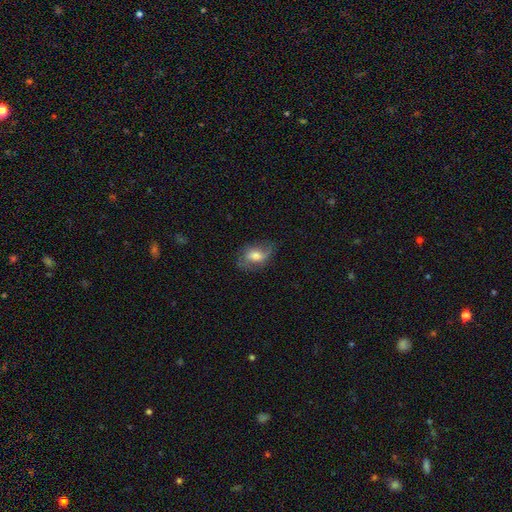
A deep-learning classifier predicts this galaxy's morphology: Overall: smooth (51%; featured or disk 40%). How rounded: in between (79%). Merging: none (63%; minor disturbance 25%).